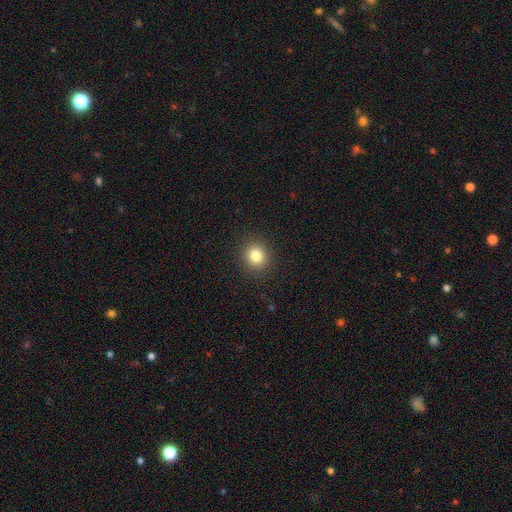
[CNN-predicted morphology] smooth 82%, star or artifact 12%, featured or disk 6%. Down the decision tree: how rounded — round (87%); merging — none (91%).